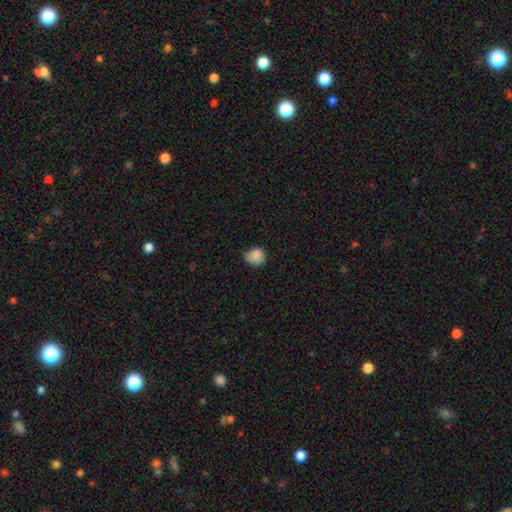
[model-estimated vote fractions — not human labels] A smooth galaxy with no disk features (85%) that is round (70%).

Vote fractions:
- Smooth or featured? smooth: 85% / star or artifact: 9% / featured or disk: 5%
- How rounded? round: 70% / in between: 29% / cigar-shaped: 1%
- Merging? none: 58% / minor disturbance: 34% / major disturbance: 6% / merger: 2%